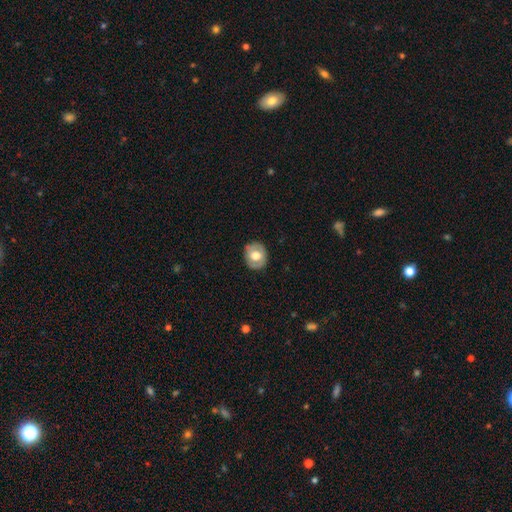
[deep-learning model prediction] Smooth or featured?
  - smooth: 56% *
  - featured or disk: 38%
  - star or artifact: 7%
How rounded?
  - round: 68% *
  - in between: 32%
  - cigar-shaped: 1%
Merging?
  - none: 83% *
  - minor disturbance: 13%
  - major disturbance: 3%
  - merger: 1%